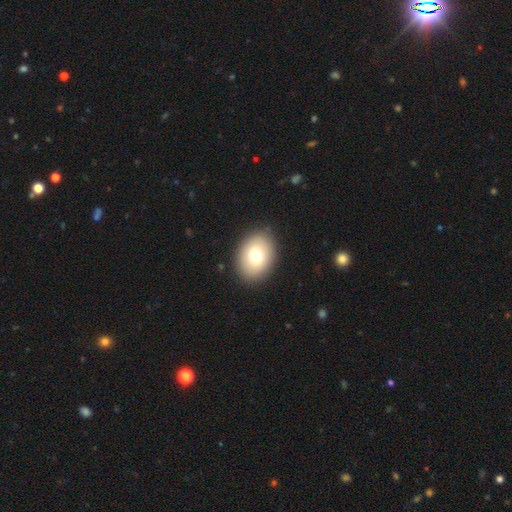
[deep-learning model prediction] Q: Smooth or featured?
A: smooth (77%); runner-up: featured or disk (15%)
Q: How rounded?
A: in between (71%); runner-up: round (28%)
Q: Merging?
A: none (88%); runner-up: minor disturbance (9%)